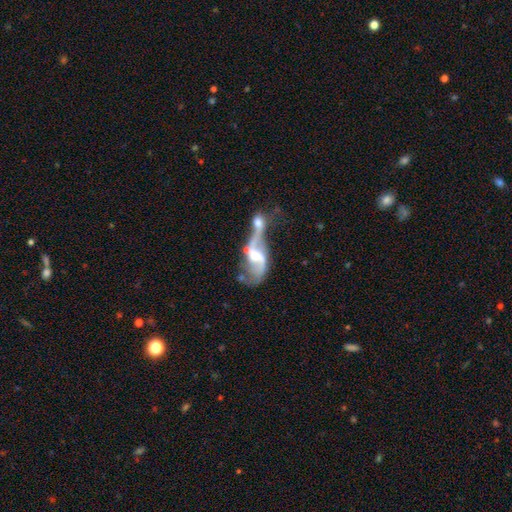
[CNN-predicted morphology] Smooth or featured?
  - featured or disk: 78% *
  - smooth: 15%
  - star or artifact: 7%
Edge-on disk?
  - no: 95% *
  - yes: 5%
Bar?
  - weak: 48% *
  - no: 35%
  - strong: 17%
Spiral arms?
  - yes: 86% *
  - no: 14%
Spiral winding?
  - loose: 77% *
  - medium: 18%
  - tight: 5%
Spiral arm count?
  - 2: 82% *
  - 1: 8%
  - can't tell: 6%
  - 3: 1%
  - 4: 1%
  - more than 4: 1%
Bulge size?
  - moderate: 47% *
  - small: 28%
  - none: 12%
  - large: 11%
  - dominant: 2%
Merging?
  - merger: 64% *
  - major disturbance: 15%
  - none: 13%
  - minor disturbance: 8%